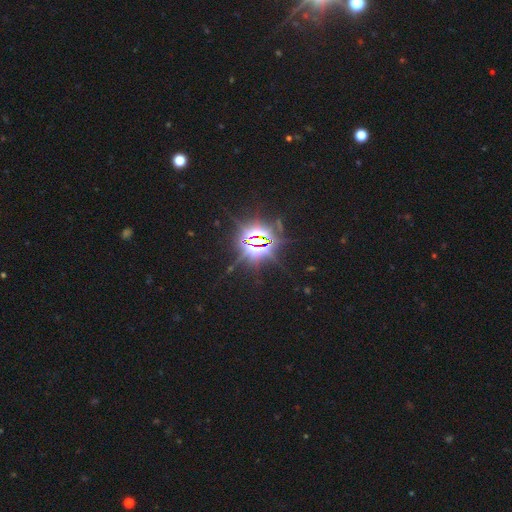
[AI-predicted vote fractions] Morphology: type=star or artifact (84%).